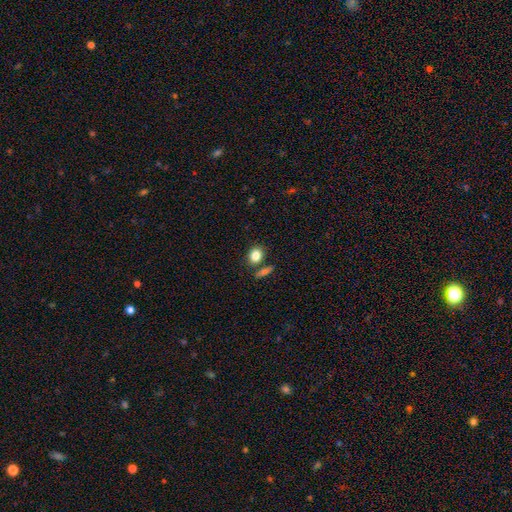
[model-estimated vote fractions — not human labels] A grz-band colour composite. It shows a smooth galaxy with no disk features (83%) that is round (52%). Merging: none (72%).